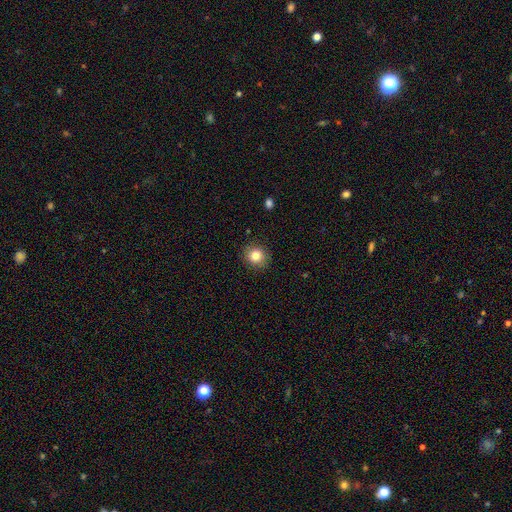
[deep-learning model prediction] Smooth or featured? Predicted: smooth (p=0.82). How rounded? Predicted: round (p=0.85). Merging? Predicted: none (p=0.89).